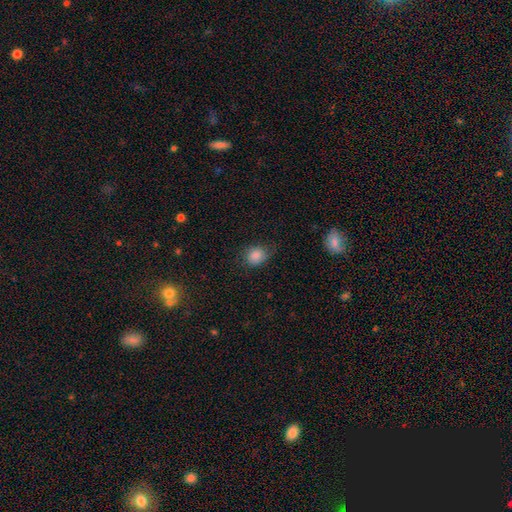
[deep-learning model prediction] A smooth galaxy with no disk features (85%) that is round (62%).

Vote fractions:
- Smooth or featured? smooth: 85% / star or artifact: 9% / featured or disk: 6%
- How rounded? round: 62% / in between: 37% / cigar-shaped: 1%
- Merging? none: 70% / minor disturbance: 22% / major disturbance: 7% / merger: 1%